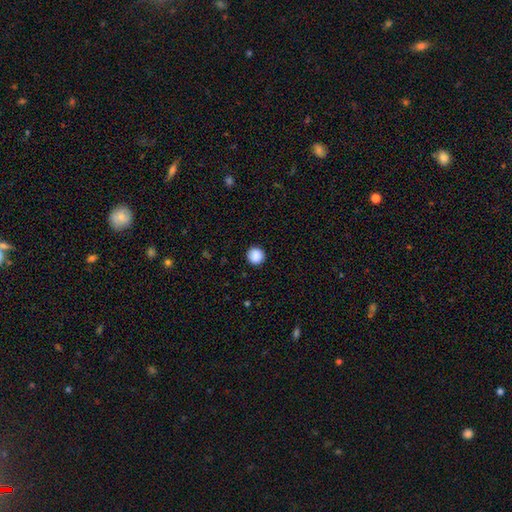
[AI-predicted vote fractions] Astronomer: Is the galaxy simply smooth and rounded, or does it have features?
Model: smooth — 89%.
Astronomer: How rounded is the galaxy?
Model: round — 95%.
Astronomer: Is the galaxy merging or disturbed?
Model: none — 92%.